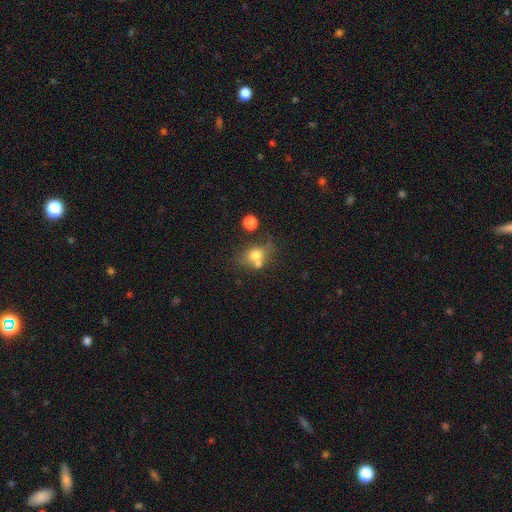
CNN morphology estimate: smooth-or-featured: smooth: 68% | featured or disk: 19% | star or artifact: 13%
  how-rounded: round: 56% | in between: 42% | cigar-shaped: 2%
  merging: none: 41% | merger: 36% | minor disturbance: 15% | major disturbance: 8%